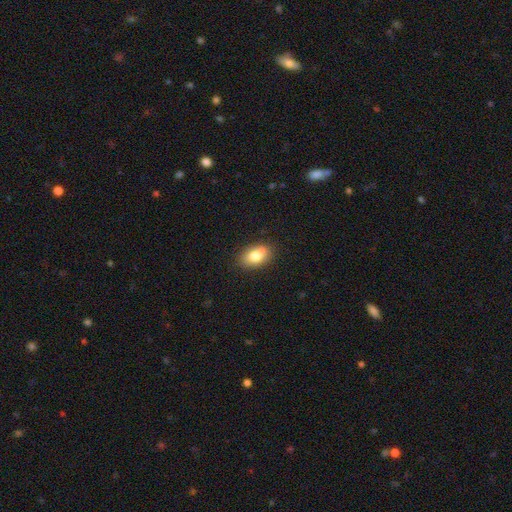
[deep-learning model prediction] Smooth or featured?
  - smooth: 77% *
  - featured or disk: 14%
  - star or artifact: 9%
How rounded?
  - in between: 81% *
  - round: 17%
  - cigar-shaped: 2%
Merging?
  - none: 67% *
  - minor disturbance: 16%
  - merger: 13%
  - major disturbance: 4%